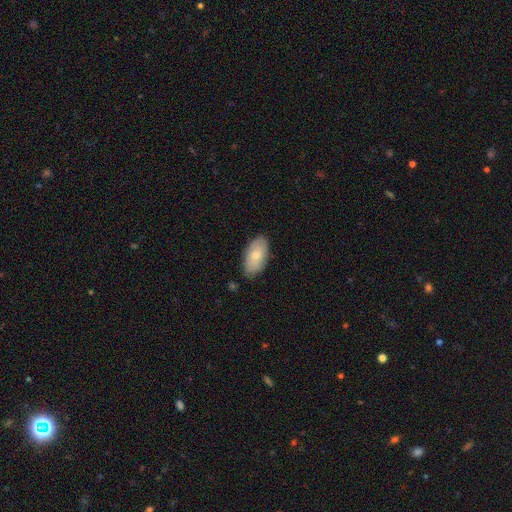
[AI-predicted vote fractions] The model was most divided on "smooth or featured": smooth: 73%, featured or disk: 21%, star or artifact: 6%. More confident: how rounded — in between (94%); merging — none (81%).